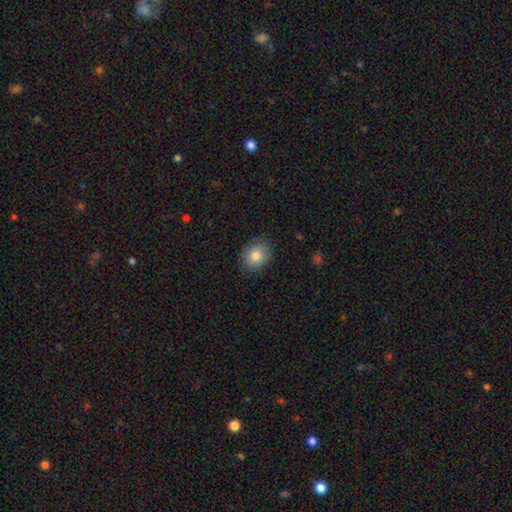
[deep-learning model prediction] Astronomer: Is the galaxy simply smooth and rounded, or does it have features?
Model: smooth — 82%.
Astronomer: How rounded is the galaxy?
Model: round — 57% (runner-up: in between, 42%).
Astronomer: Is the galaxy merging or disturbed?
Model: none — 84%.